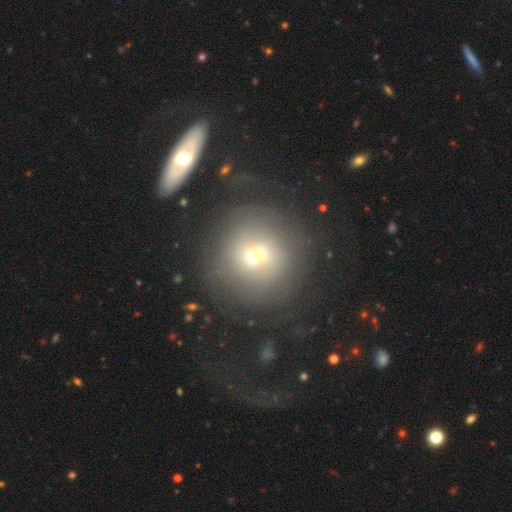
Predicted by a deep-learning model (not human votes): A smooth galaxy with no disk features (51%) that is round (88%). Merging: none (64%).